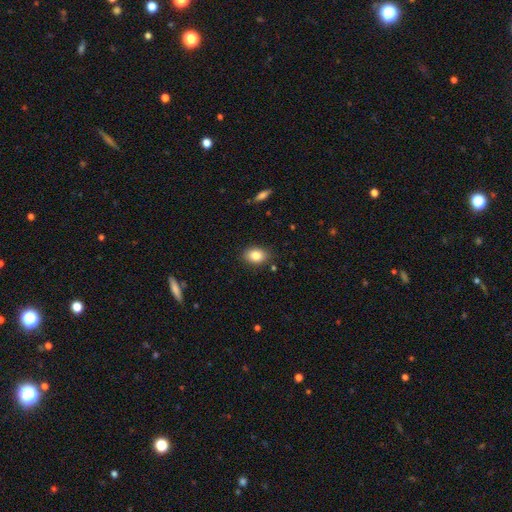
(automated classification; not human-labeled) This is clearly a smooth galaxy (84%). How rounded: likely in between (76%). Merging: clearly none (86%).